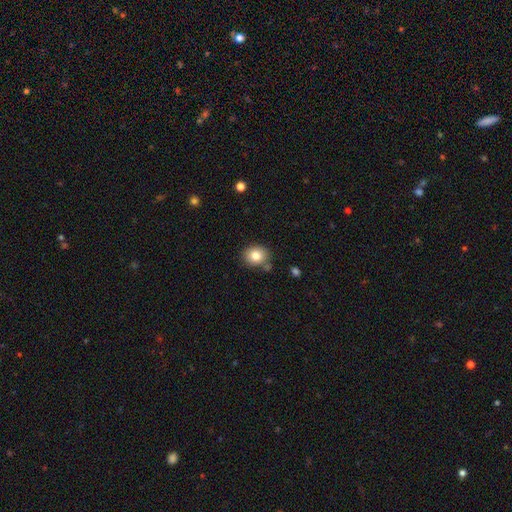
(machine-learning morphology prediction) smooth 81%, star or artifact 10%, featured or disk 9%. Down the decision tree: how rounded — round (67%); merging — none (76%).